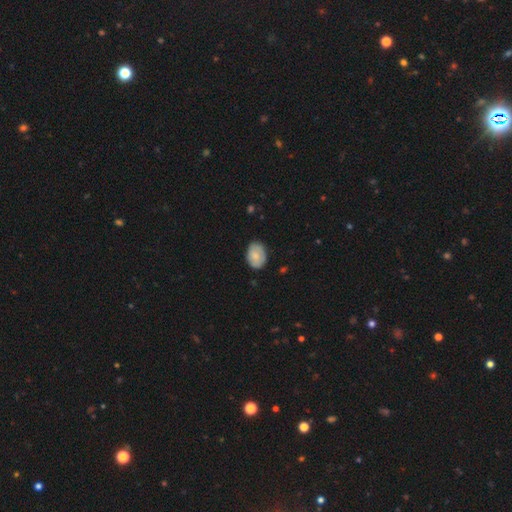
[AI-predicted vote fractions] smooth-or-featured: smooth: 75% | featured or disk: 18% | star or artifact: 7%
  how-rounded: in between: 78% | round: 21% | cigar-shaped: 1%
  merging: none: 77% | minor disturbance: 18% | major disturbance: 3% | merger: 1%